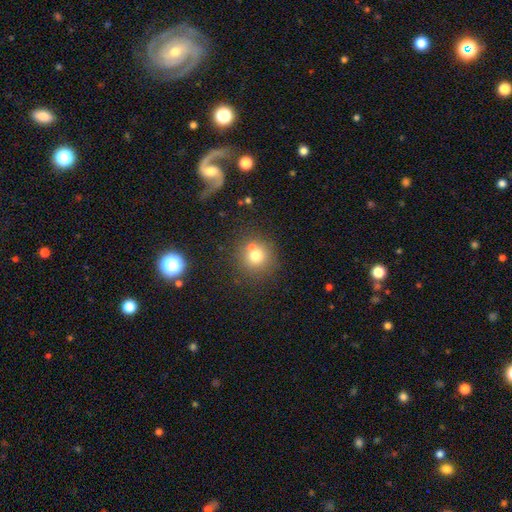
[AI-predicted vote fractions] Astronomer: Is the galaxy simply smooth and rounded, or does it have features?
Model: smooth — 72%.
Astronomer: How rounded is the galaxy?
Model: round — 91%.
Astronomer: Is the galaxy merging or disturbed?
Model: none — 65%.